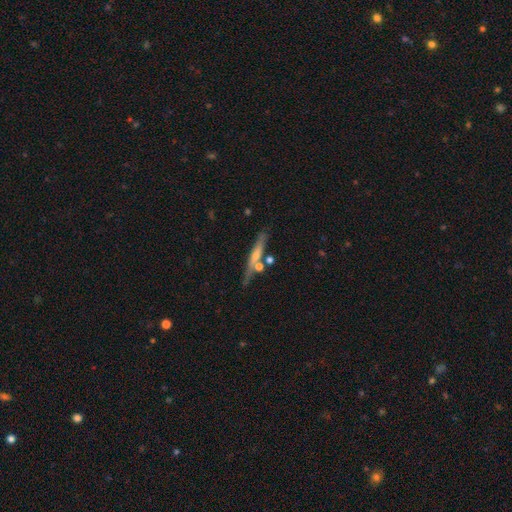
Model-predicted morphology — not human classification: featured or disk 61%, smooth 31%, star or artifact 8%. Down the decision tree: edge-on disk — yes (93%); edge-on bulge — rounded (59%); merging — none (75%).